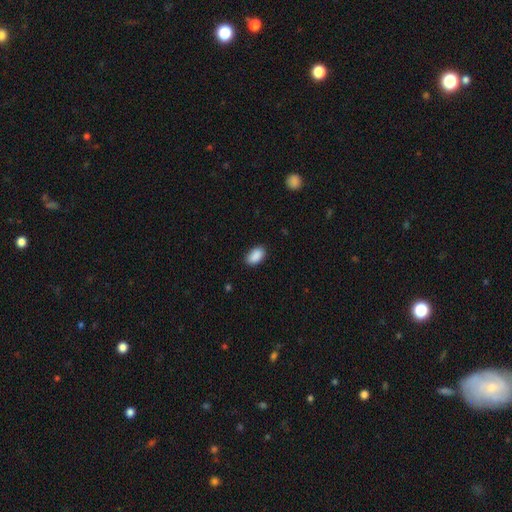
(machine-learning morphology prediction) Q: Smooth or featured?
A: smooth (90%); runner-up: star or artifact (7%)
Q: How rounded?
A: in between (93%); runner-up: round (5%)
Q: Merging?
A: none (86%); runner-up: minor disturbance (11%)